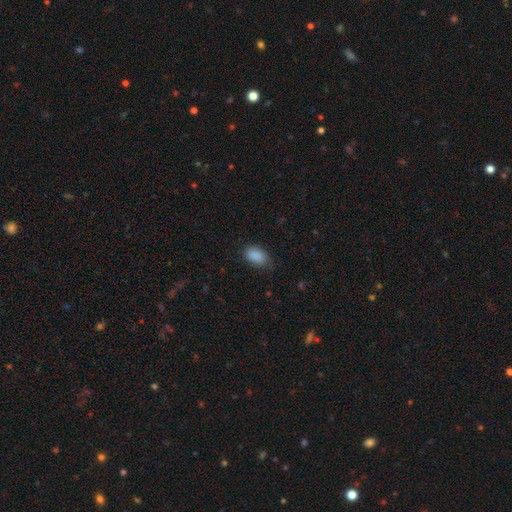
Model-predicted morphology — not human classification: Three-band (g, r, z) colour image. It shows a smooth galaxy with no disk features (89%) that is in between round and cigar-shaped (90%). Merging: none (74%).